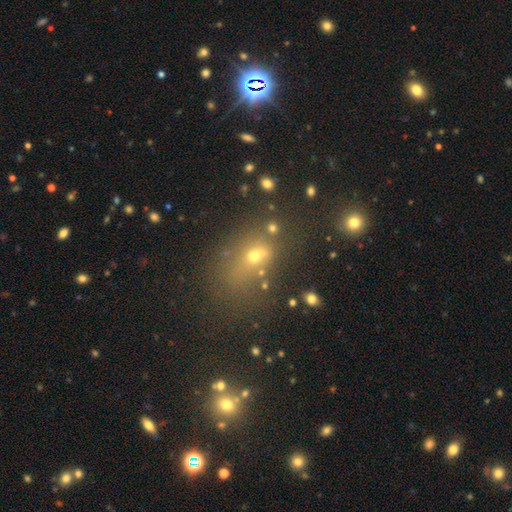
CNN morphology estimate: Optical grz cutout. It shows a smooth galaxy with no disk features (53%) that is in between round and cigar-shaped (66%). Merging: none (52%).